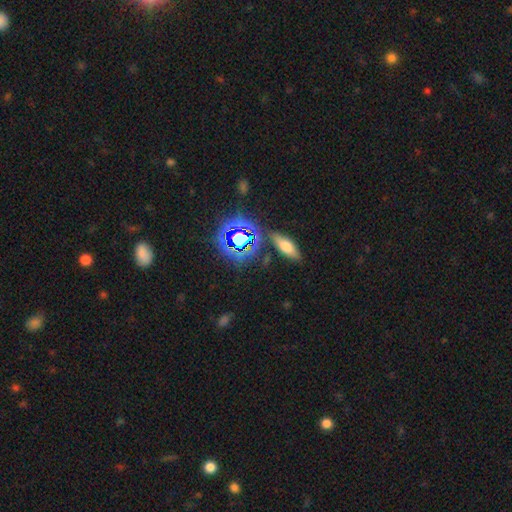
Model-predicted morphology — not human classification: Smooth or featured?
  - star or artifact: 57% *
  - smooth: 28%
  - featured or disk: 16%